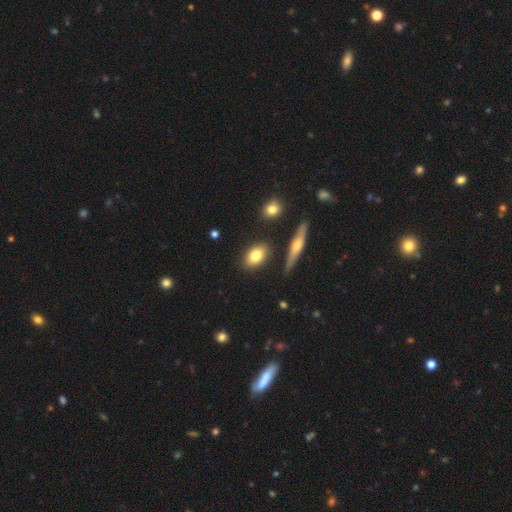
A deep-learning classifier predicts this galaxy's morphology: smooth 79%, featured or disk 14%, star or artifact 7%. Down the decision tree: how rounded — in between (80%); merging — none (82%).